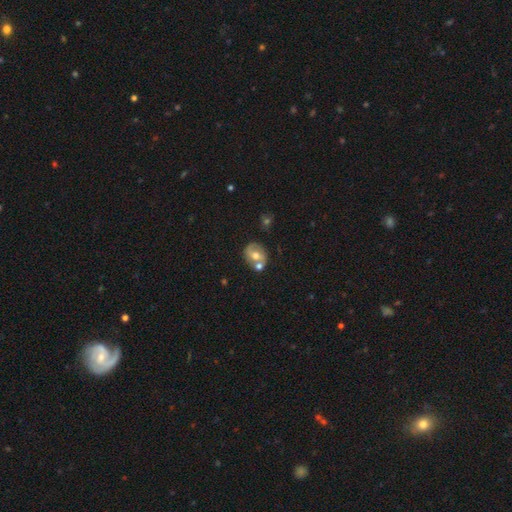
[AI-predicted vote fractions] A smooth galaxy with no disk features (48%).

Vote fractions:
- Smooth or featured? smooth: 48% / featured or disk: 44% / star or artifact: 9%
- Merging? none: 55% / merger: 26% / minor disturbance: 14% / major disturbance: 4%